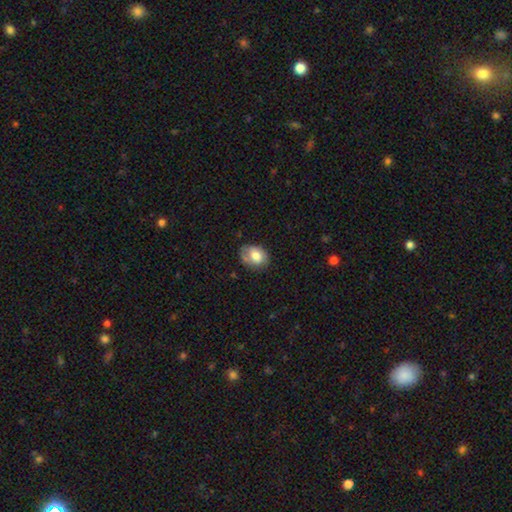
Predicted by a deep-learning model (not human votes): Q: Smooth or featured?
A: smooth (61%); runner-up: featured or disk (31%)
Q: How rounded?
A: in between (67%); runner-up: round (32%)
Q: Merging?
A: none (63%); runner-up: minor disturbance (26%)